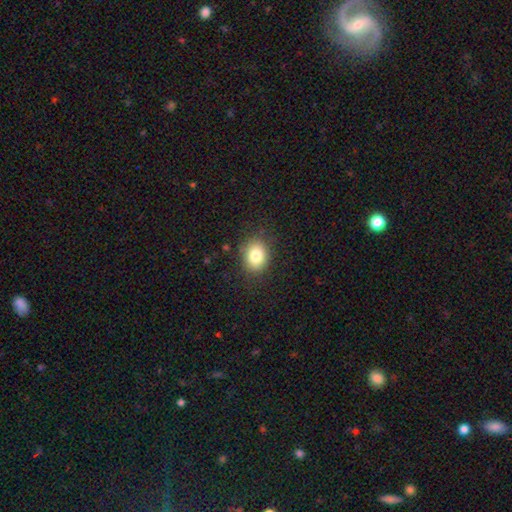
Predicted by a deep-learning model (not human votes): smooth-or-featured: smooth: 81% | star or artifact: 10% | featured or disk: 8%
  how-rounded: round: 52% | in between: 47% | cigar-shaped: 1%
  merging: none: 84% | minor disturbance: 11% | major disturbance: 4% | merger: 1%